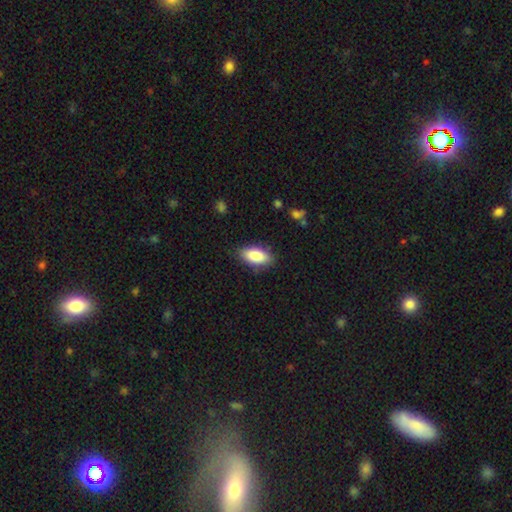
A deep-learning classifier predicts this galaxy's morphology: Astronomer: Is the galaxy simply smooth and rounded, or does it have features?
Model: smooth — 87%.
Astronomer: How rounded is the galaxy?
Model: in between — 90%.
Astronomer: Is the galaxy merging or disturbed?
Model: none — 83%.